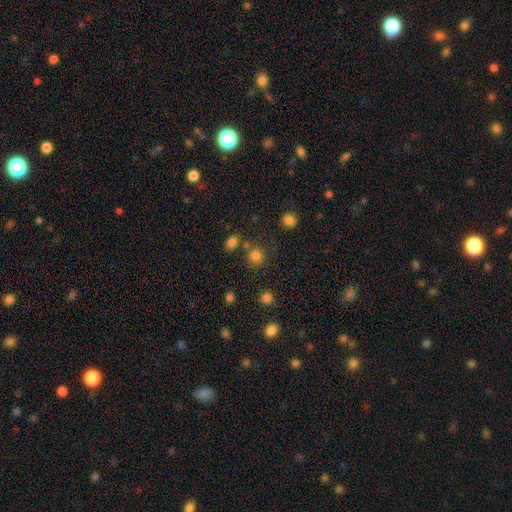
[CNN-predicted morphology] Overall: smooth (80%). How rounded: round (87%). Merging: none (74%).